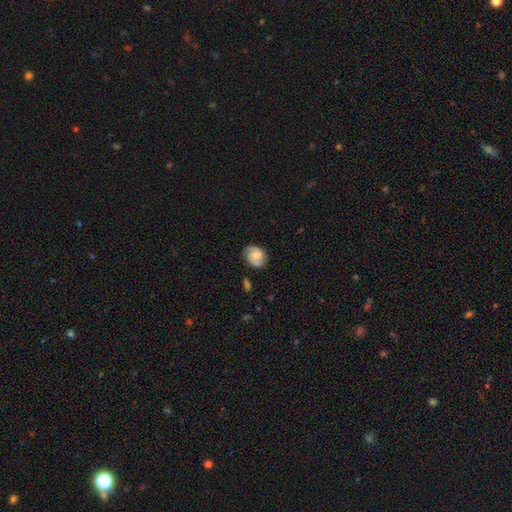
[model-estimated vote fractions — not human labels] Smooth or featured? smooth (50%)
How rounded? round (50%)
Merging? none (69%)